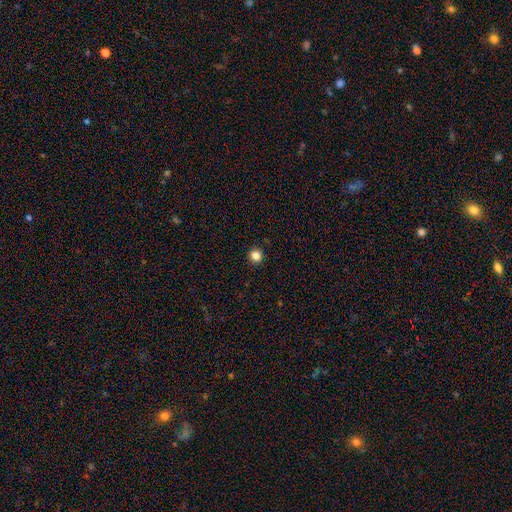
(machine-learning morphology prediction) smooth_or_featured: smooth (p=0.84) [alt: star or artifact p=0.12]
how_rounded: round (p=0.95) [alt: in between p=0.04]
merging: none (p=0.93) [alt: minor disturbance p=0.05]